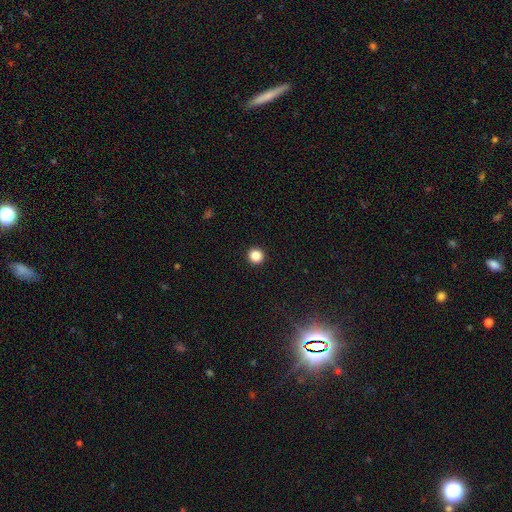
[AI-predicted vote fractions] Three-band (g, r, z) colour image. It shows a smooth galaxy with no disk features (86%) that is round (96%). Merging: none (94%).